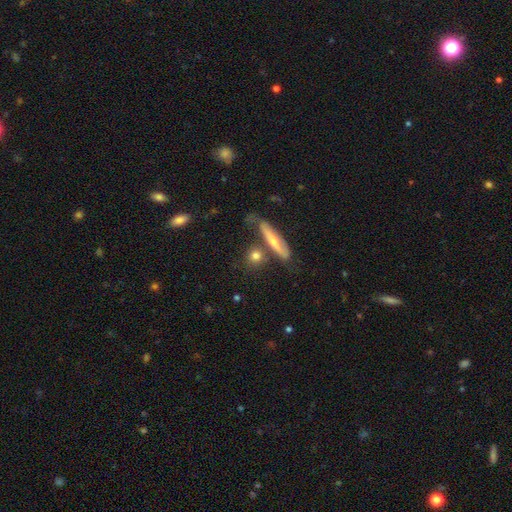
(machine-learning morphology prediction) type=smooth (69%); roundness=round (63%); merging=none (62%).